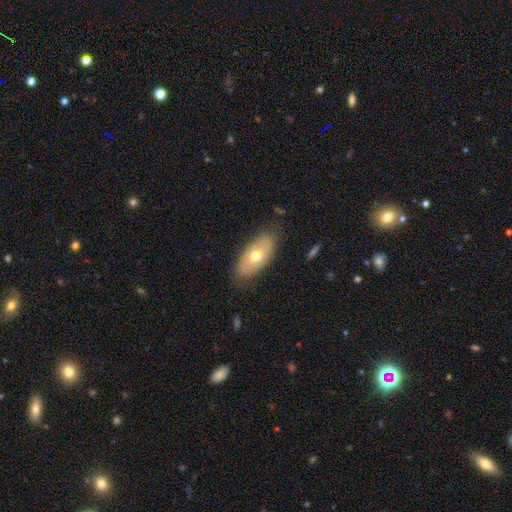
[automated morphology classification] The model was most divided on "smooth or featured": smooth: 57%, featured or disk: 37%, star or artifact: 6%. More confident: how rounded — in between (88%); merging — none (81%).